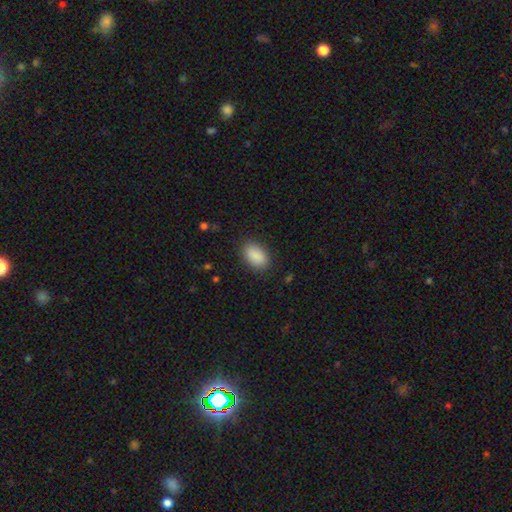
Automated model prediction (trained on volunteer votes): A smooth galaxy with no disk features (90%) that is in between round and cigar-shaped (91%). Merging: none (86%).